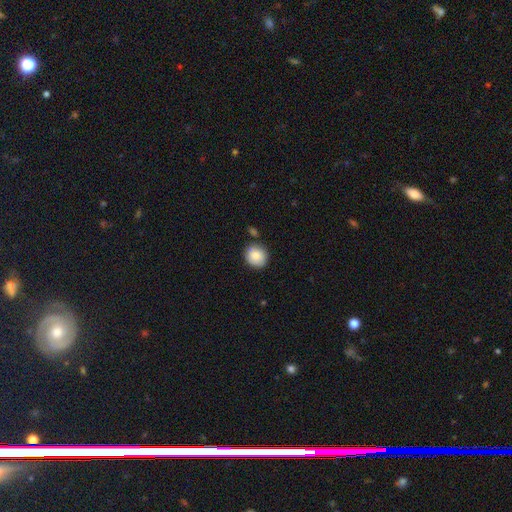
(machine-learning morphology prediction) smooth_or_featured: smooth (p=0.86) [alt: star or artifact p=0.07]
how_rounded: round (p=0.85) [alt: in between p=0.14]
merging: none (p=0.79) [alt: minor disturbance p=0.12]